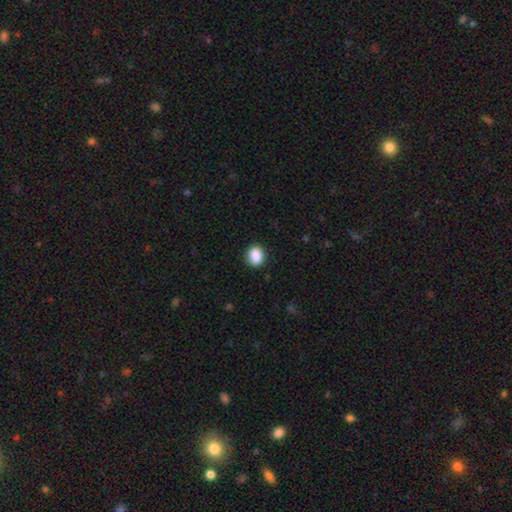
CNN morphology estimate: This is clearly a smooth galaxy (89%). How rounded: possibly in between (53%). Merging: clearly none (88%).